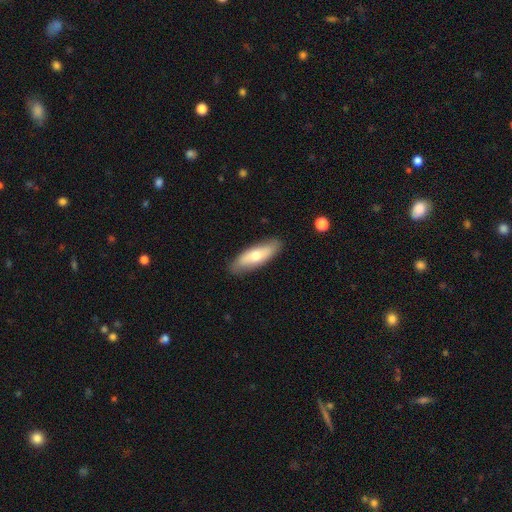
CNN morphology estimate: A smooth galaxy with no disk features (66%) that is in between round and cigar-shaped (55%).

Vote fractions:
- Smooth or featured? smooth: 66% / featured or disk: 29% / star or artifact: 5%
- How rounded? in between: 55% / cigar-shaped: 43% / round: 2%
- Merging? none: 86% / minor disturbance: 11% / major disturbance: 2% / merger: 1%